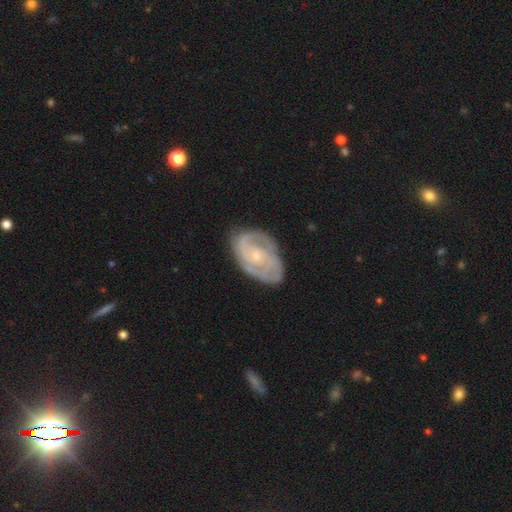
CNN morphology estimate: A featured or disk galaxy (81%) with no bar (67%), 2 (50%) tight (55%) spiral arms (92%) and a small central bulge (71%).

Vote fractions:
- Smooth or featured? featured or disk: 81% / smooth: 13% / star or artifact: 5%
- Edge-on disk? no: 97% / yes: 3%
- Bar? no: 67% / weak: 28% / strong: 5%
- Spiral arms? yes: 92% / no: 8%
- Spiral winding? tight: 55% / medium: 35% / loose: 9%
- Spiral arm count? 2: 50% / can't tell: 24% / 3: 14% / 1: 5% / 4: 4% / more than 4: 3%
- Bulge size? small: 71% / moderate: 23% / none: 3% / large: 1% / dominant: 1%
- Merging? none: 74% / minor disturbance: 19% / major disturbance: 6% / merger: 1%